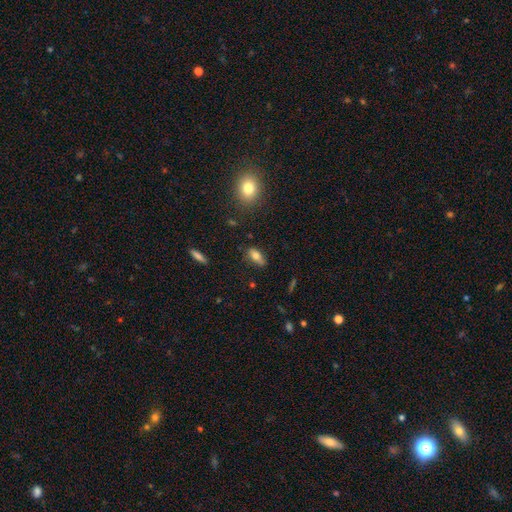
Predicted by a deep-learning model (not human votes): Overall: smooth (73%). How rounded: in between (80%). Merging: none (73%).